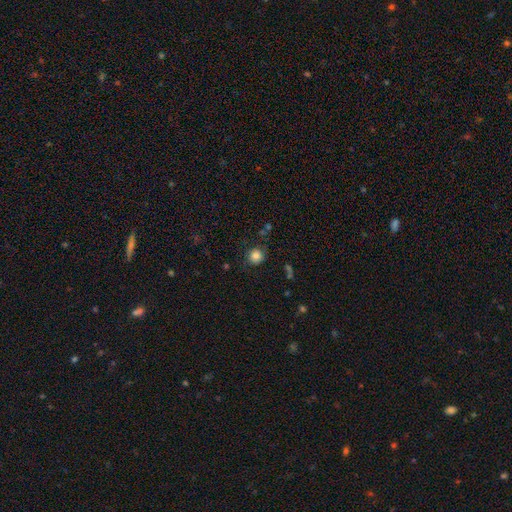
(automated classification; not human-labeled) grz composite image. It shows a smooth galaxy with no disk features (84%) that is round (91%). Merging: none (83%).